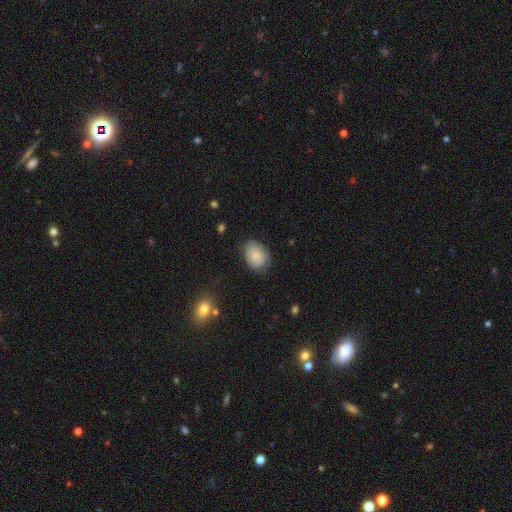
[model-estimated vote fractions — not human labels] smooth_or_featured: smooth (p=0.78) [alt: featured or disk p=0.15]
how_rounded: in between (p=0.66) [alt: round p=0.33]
merging: none (p=0.73) [alt: minor disturbance p=0.20]